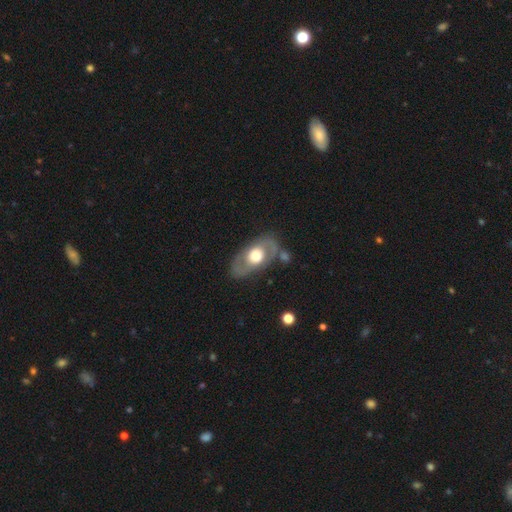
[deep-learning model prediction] Morphology: type=featured or disk (62%); edge-on=no (87%); bar=no (84%); spiral arms=no (61%); bulge=large (51%); merging=none (72%).